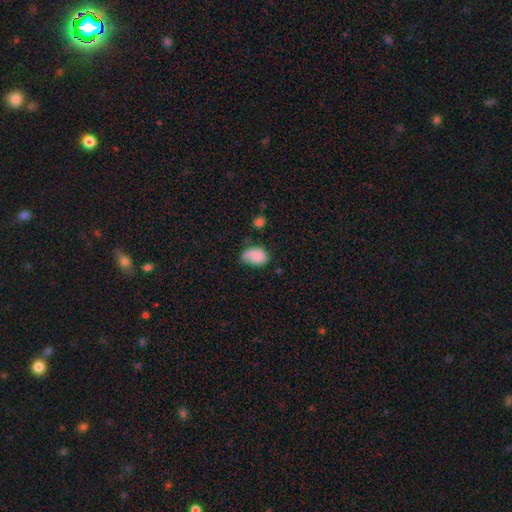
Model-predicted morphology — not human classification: The model was most divided on "merging": none: 43%, minor disturbance: 38%, major disturbance: 15%, merger: 4%. More confident: how rounded — in between (82%); smooth or featured — smooth (78%).